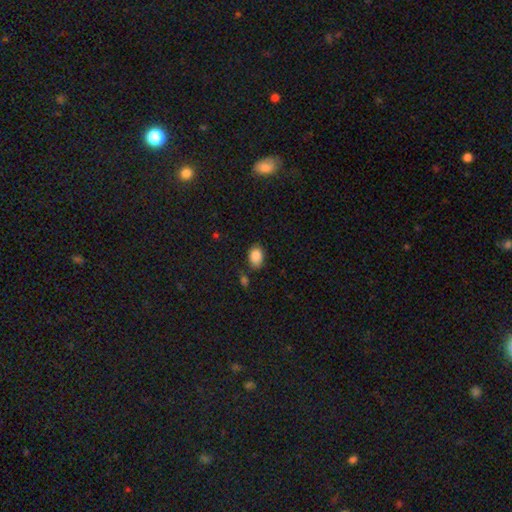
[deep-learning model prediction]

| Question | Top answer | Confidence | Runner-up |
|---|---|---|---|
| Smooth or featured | smooth | 86% | star or artifact (8%) |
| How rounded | in between | 81% | round (18%) |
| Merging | none | 75% | minor disturbance (16%) |